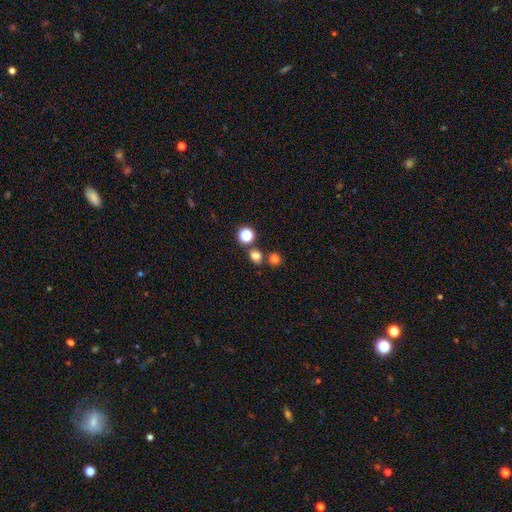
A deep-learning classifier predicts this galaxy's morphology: Smooth or featured: smooth — 73% (star or artifact — 20%)
How rounded: round — 71% (in between — 28%)
Merging: none — 69% (merger — 18%)